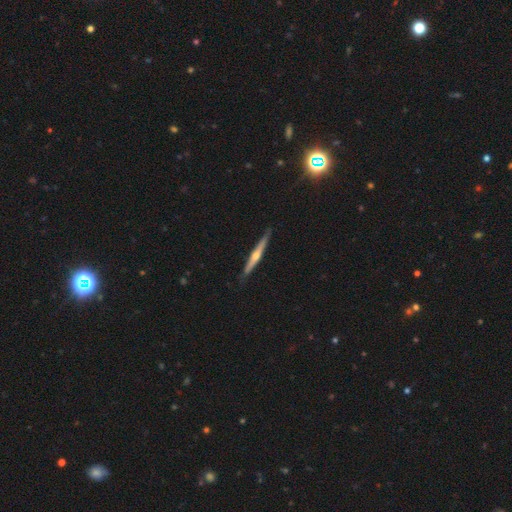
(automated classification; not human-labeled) Overall: featured or disk (68%). Edge-on disk: yes (97%). Edge-on bulge: rounded (83%). Merging: none (87%).